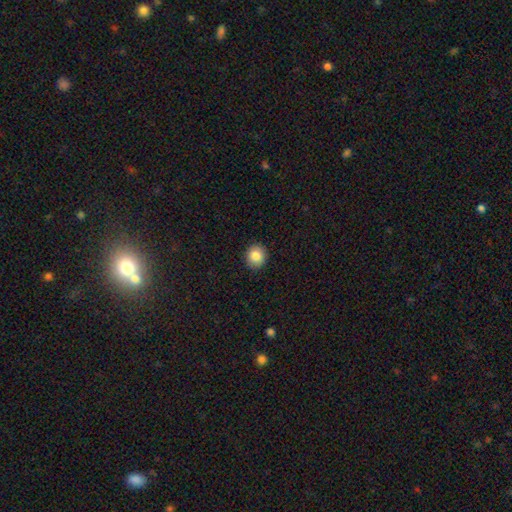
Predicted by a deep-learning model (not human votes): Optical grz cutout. It shows a smooth galaxy with no disk features (85%) that is round (77%). Merging: none (91%).